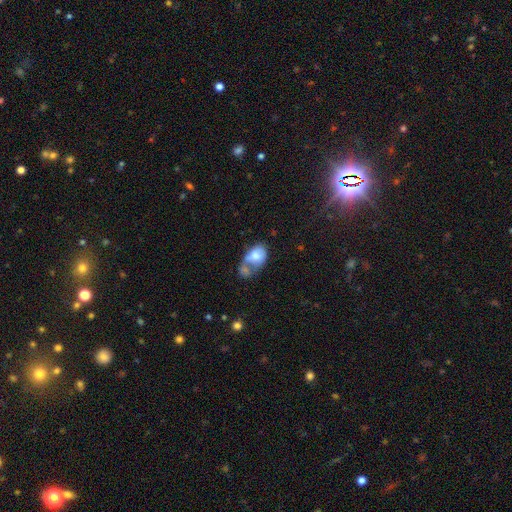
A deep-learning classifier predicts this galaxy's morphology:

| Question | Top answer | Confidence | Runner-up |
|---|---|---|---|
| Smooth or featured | smooth | 69% | featured or disk (23%) |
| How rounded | in between | 82% | round (17%) |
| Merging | merger | 58% | none (15%) |